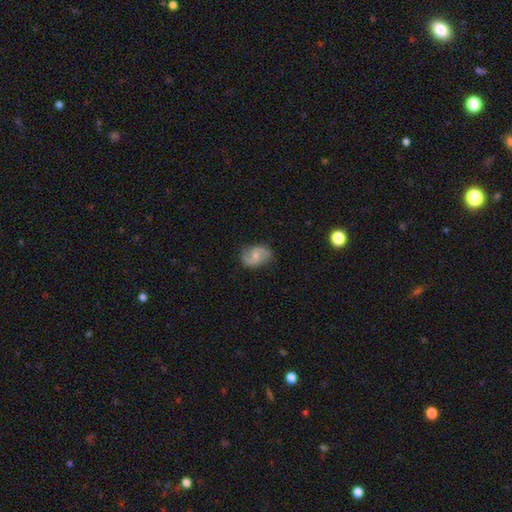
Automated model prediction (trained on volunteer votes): This is likely a featured or disk galaxy (72%). It is clearly not viewed edge-on (97%). Bar: possibly weak (48%). Spiral arm pattern: clearly yes (92%). Spiral arm count: clearly 2 (90%). Spiral winding: possibly medium (46%). Central bulge: possibly moderate (54%). Merging: likely none (79%).